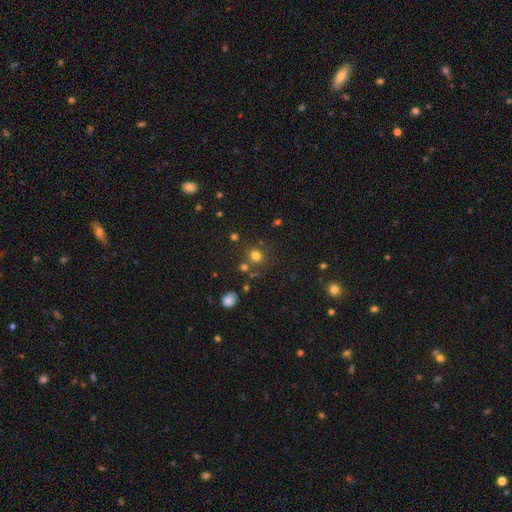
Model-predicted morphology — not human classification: A smooth galaxy with no disk features (74%) that is round (86%).

Vote fractions:
- Smooth or featured? smooth: 74% / star or artifact: 19% / featured or disk: 7%
- How rounded? round: 86% / in between: 13% / cigar-shaped: 1%
- Merging? none: 74% / merger: 11% / minor disturbance: 10% / major disturbance: 5%